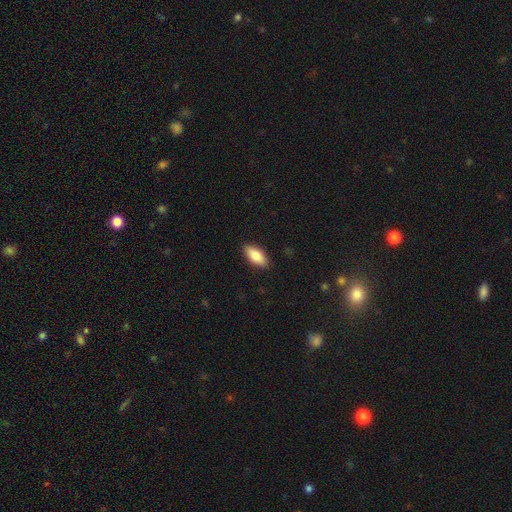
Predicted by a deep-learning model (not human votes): A smooth galaxy with no disk features (80%) that is in between round and cigar-shaped (84%).

Vote fractions:
- Smooth or featured? smooth: 80% / featured or disk: 14% / star or artifact: 6%
- How rounded? in between: 84% / cigar-shaped: 13% / round: 2%
- Merging? none: 89% / minor disturbance: 8% / major disturbance: 2% / merger: 1%